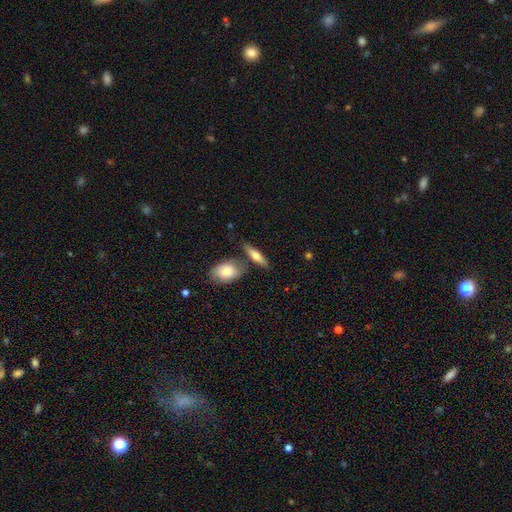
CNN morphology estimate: Smooth or featured? smooth (61%)
How rounded? cigar-shaped (54%)
Merging? none (66%)